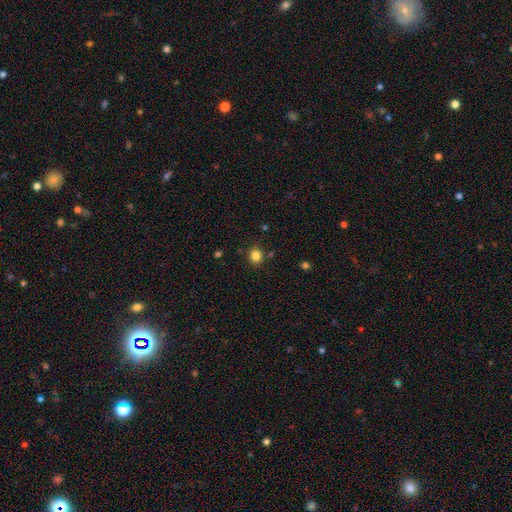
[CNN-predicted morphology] This is clearly a smooth galaxy (83%). How rounded: likely round (77%). Merging: clearly none (87%).